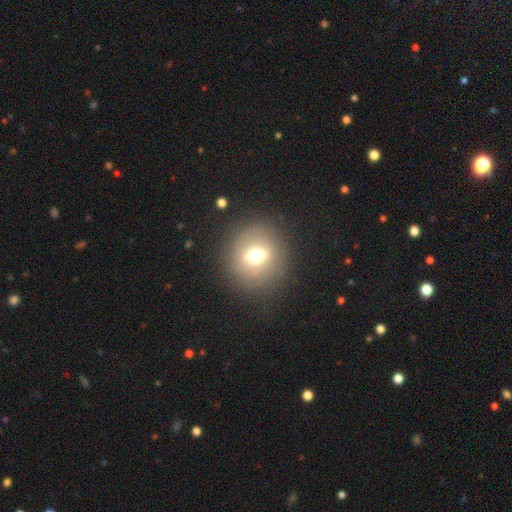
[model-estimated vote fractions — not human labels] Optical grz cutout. It shows a smooth galaxy with no disk features (59%) that is round (85%). Merging: none (84%).